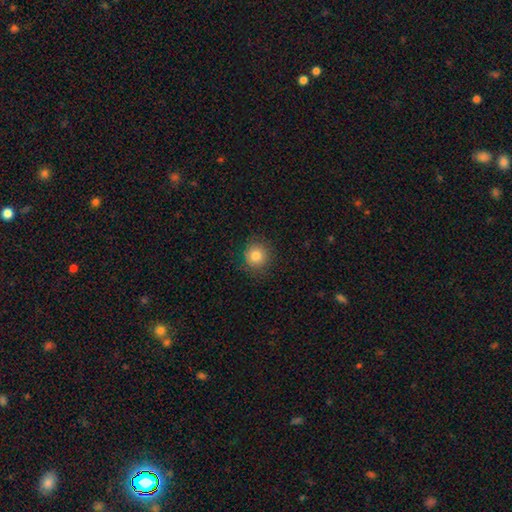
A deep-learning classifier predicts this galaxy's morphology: Overall: smooth (82%). How rounded: round (92%). Merging: none (87%).